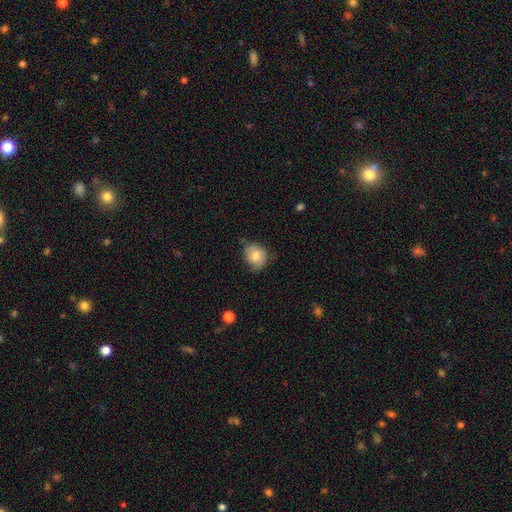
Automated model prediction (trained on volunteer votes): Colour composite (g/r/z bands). It shows a smooth galaxy with no disk features (72%) that is round (62%). Merging: none (57%).